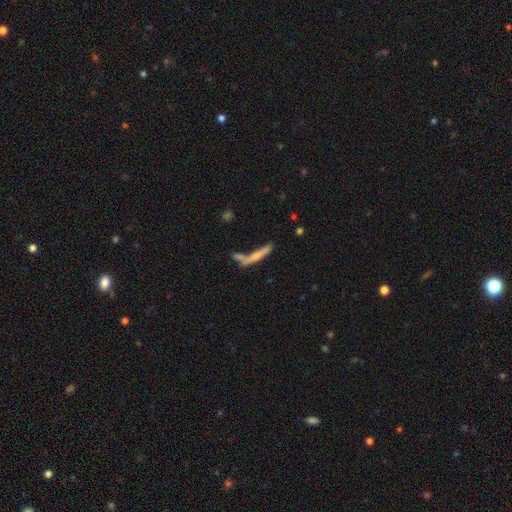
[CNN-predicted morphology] smooth 54%, featured or disk 37%, star or artifact 9%. Down the decision tree: how rounded — cigar-shaped (90%); merging — none (45%).